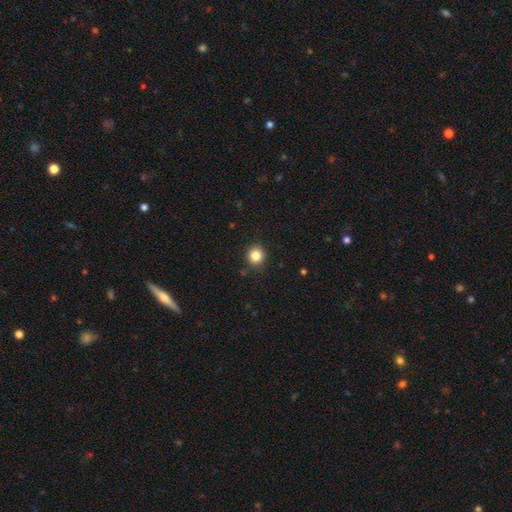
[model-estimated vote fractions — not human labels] Smooth or featured?
  - smooth: 84% *
  - star or artifact: 11%
  - featured or disk: 5%
How rounded?
  - round: 90% *
  - in between: 9%
  - cigar-shaped: 1%
Merging?
  - none: 90% *
  - minor disturbance: 7%
  - major disturbance: 2%
  - merger: 1%